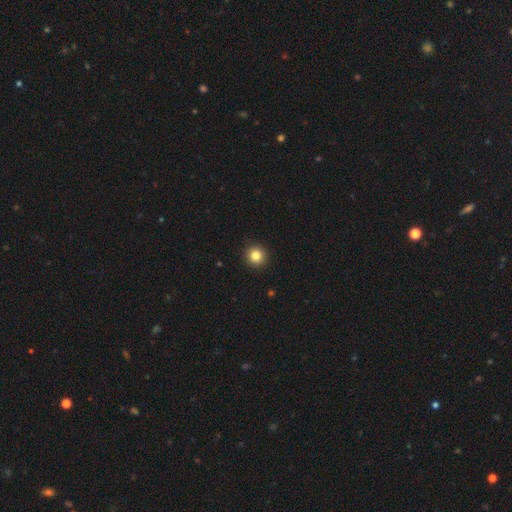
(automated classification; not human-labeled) This appears to be a smooth galaxy with no disk features (83%) that is round (94%). Merging: none (93%).